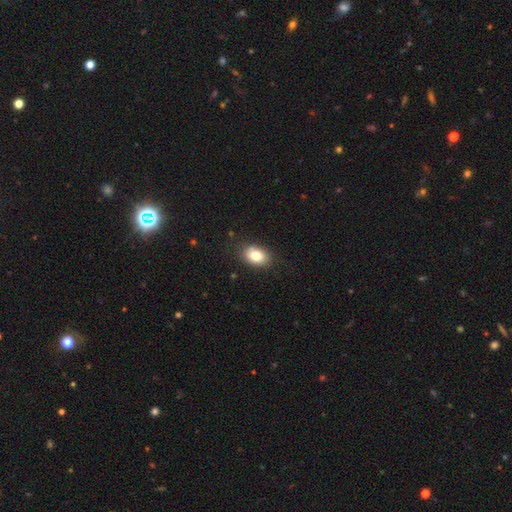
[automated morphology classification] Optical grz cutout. It shows a smooth galaxy with no disk features (79%) that is in between round and cigar-shaped (80%). Merging: none (81%).